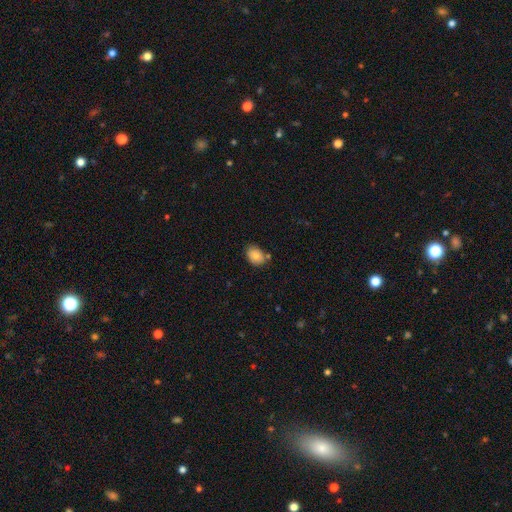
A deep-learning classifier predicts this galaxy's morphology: smooth_or_featured: smooth (p=0.82) [alt: featured or disk p=0.09]
how_rounded: in between (p=0.66) [alt: round p=0.33]
merging: none (p=0.72) [alt: minor disturbance p=0.17]